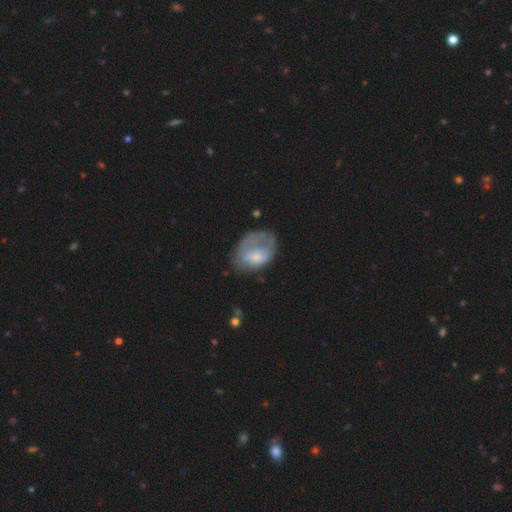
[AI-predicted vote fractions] This is possibly a smooth galaxy (51%). How rounded: likely in between (75%). Merging: marginally none (34%, tied with major disturbance).